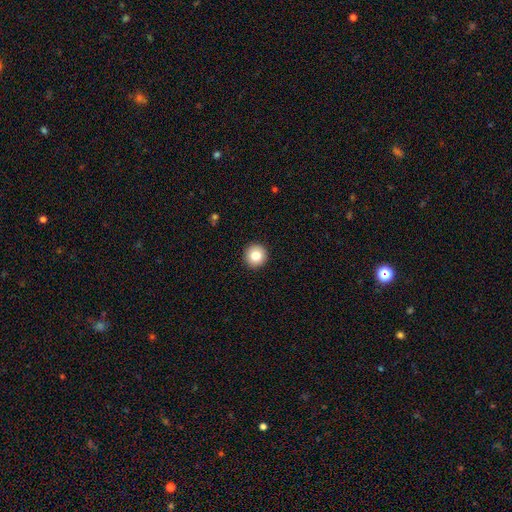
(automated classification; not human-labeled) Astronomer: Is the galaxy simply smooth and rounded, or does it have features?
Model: smooth — 82%.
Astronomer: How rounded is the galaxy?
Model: round — 96%.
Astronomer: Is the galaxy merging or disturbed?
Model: none — 93%.